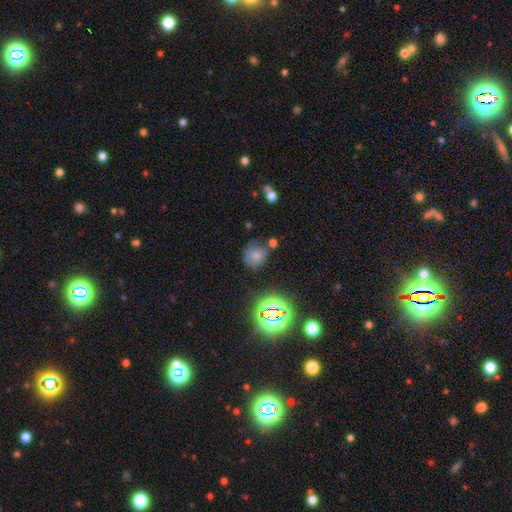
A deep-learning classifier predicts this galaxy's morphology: Q: Smooth or featured?
A: smooth (66%); runner-up: star or artifact (21%)
Q: How rounded?
A: round (75%); runner-up: in between (24%)
Q: Merging?
A: none (54%); runner-up: minor disturbance (25%)